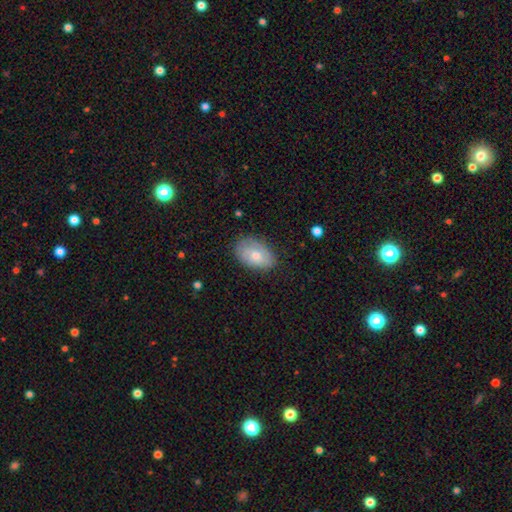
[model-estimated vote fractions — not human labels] A smooth galaxy with no disk features (72%) that is in between round and cigar-shaped (89%). Merging: none (77%).